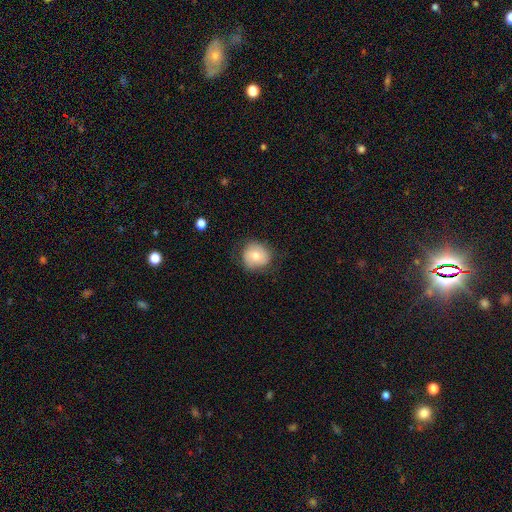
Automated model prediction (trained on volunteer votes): A smooth galaxy with no disk features (69%) that is round (82%).

Vote fractions:
- Smooth or featured? smooth: 69% / featured or disk: 23% / star or artifact: 8%
- How rounded? round: 82% / in between: 17% / cigar-shaped: 1%
- Merging? none: 72% / minor disturbance: 20% / major disturbance: 7% / merger: 1%